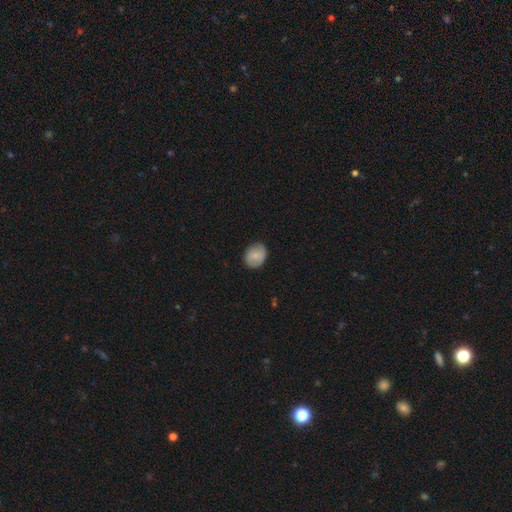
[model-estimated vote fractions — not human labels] Morphology: type=smooth (80%); roundness=round (55%); merging=none (84%).